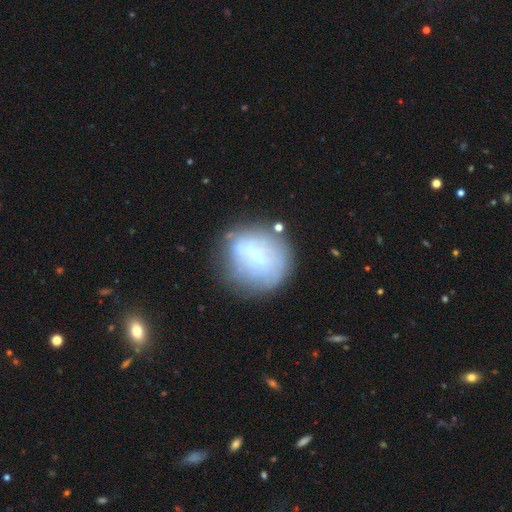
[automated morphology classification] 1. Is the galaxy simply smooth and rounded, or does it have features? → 47% smooth, 42% featured or disk, 11% star or artifact.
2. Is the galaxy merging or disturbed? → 60% none, 21% minor disturbance, 12% major disturbance, 7% merger.